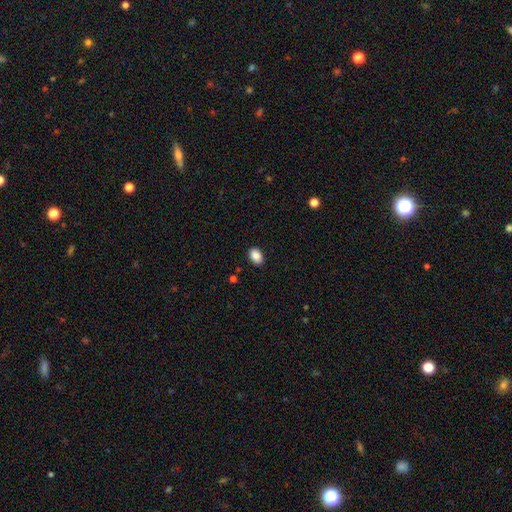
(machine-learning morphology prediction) smooth_or_featured: smooth (p=0.89) [alt: star or artifact p=0.08]
how_rounded: in between (p=0.84) [alt: round p=0.15]
merging: none (p=0.88) [alt: minor disturbance p=0.09]